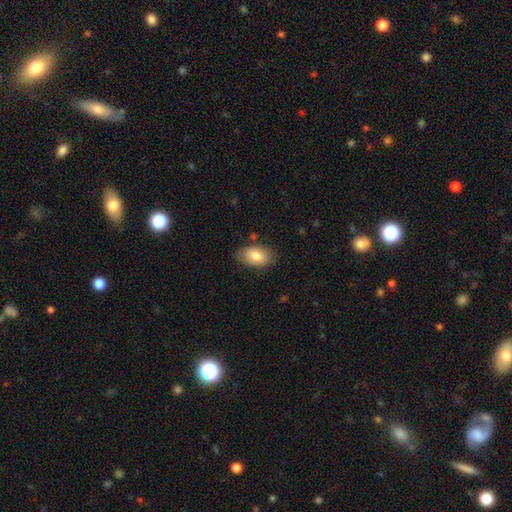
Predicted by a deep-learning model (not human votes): Smooth or featured? Predicted: smooth (p=0.80). How rounded? Predicted: in between (p=0.92). Merging? Predicted: none (p=0.81).